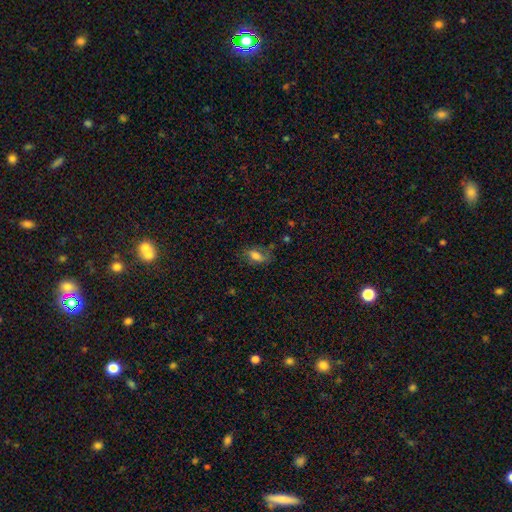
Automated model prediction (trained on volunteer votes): Smooth or featured: smooth — 66% (featured or disk — 22%)
How rounded: in between — 82% (cigar-shaped — 10%)
Merging: none — 57% (minor disturbance — 26%)